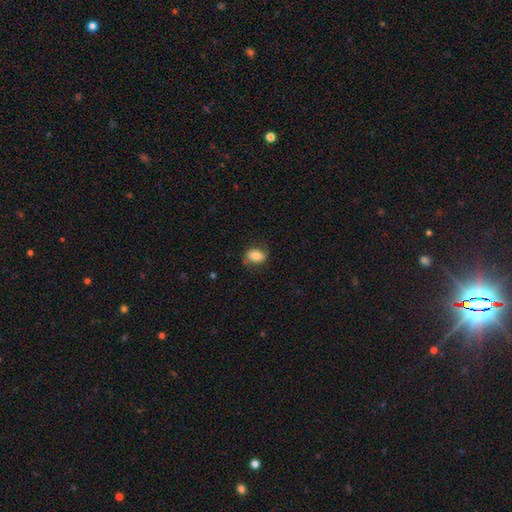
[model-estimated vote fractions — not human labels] Q: Smooth or featured?
A: smooth (74%); runner-up: featured or disk (18%)
Q: How rounded?
A: in between (81%); runner-up: round (17%)
Q: Merging?
A: none (71%); runner-up: minor disturbance (20%)